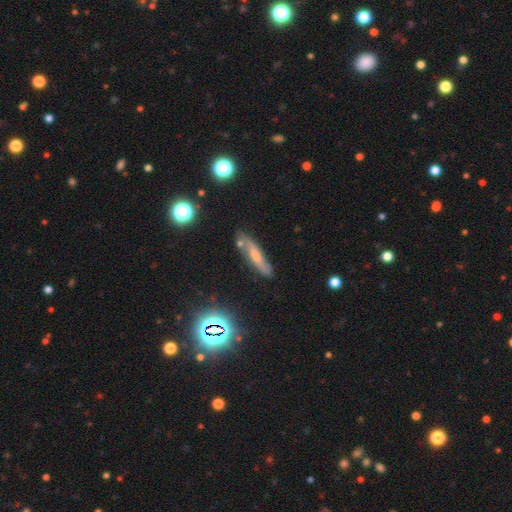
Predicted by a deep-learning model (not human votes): The model was most divided on "smooth or featured": featured or disk: 47%, smooth: 39%, star or artifact: 14%. More confident: merging — none (72%).